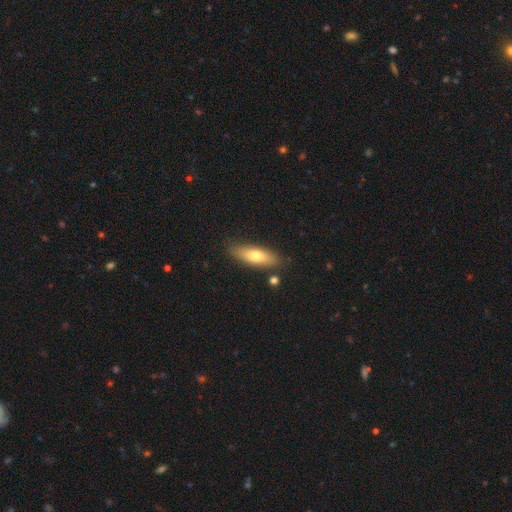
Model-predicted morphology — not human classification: type=smooth (68%); roundness=in between (57%); merging=none (83%).